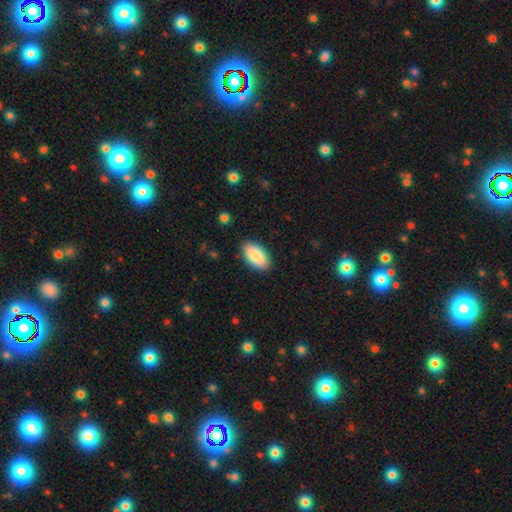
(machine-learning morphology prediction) Smooth or featured? smooth (89%)
How rounded? in between (96%)
Merging? none (88%)